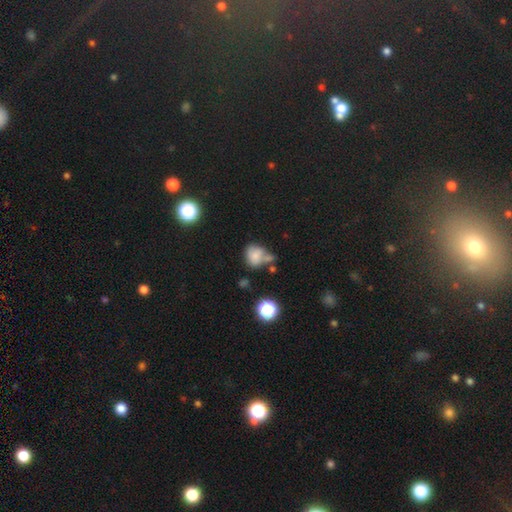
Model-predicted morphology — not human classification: Smooth or featured?
  - smooth: 73% *
  - featured or disk: 14%
  - star or artifact: 13%
How rounded?
  - round: 59% *
  - in between: 40%
  - cigar-shaped: 1%
Merging?
  - none: 37% *
  - merger: 29%
  - minor disturbance: 24%
  - major disturbance: 11%